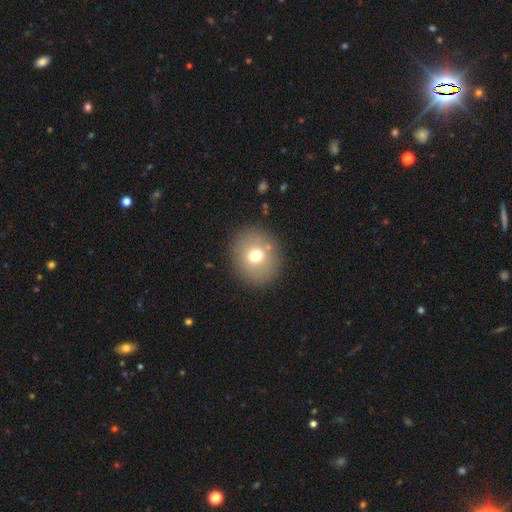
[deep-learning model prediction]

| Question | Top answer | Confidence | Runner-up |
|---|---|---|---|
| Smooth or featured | smooth | 70% | featured or disk (18%) |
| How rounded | round | 80% | in between (19%) |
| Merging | none | 87% | minor disturbance (8%) |